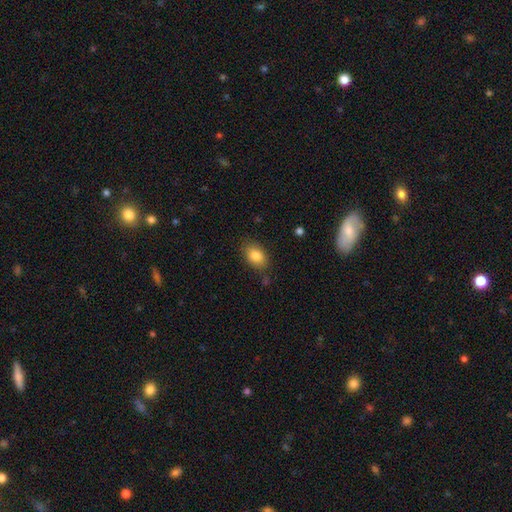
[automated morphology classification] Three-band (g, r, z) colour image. It shows a smooth galaxy with no disk features (85%) that is in between round and cigar-shaped (84%). Merging: none (80%).